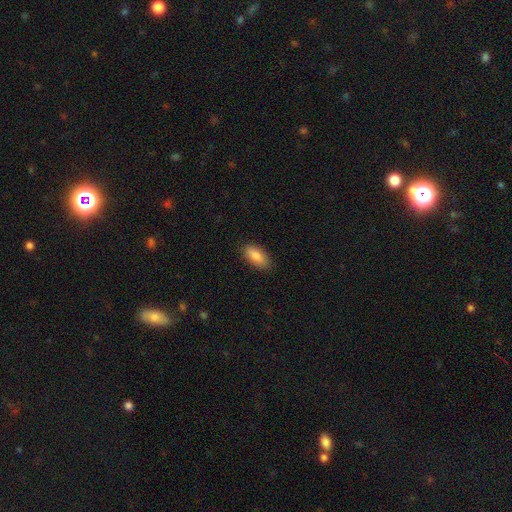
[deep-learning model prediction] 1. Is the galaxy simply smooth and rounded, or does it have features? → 86% smooth, 8% featured or disk, 6% star or artifact.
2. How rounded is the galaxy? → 85% in between, 12% cigar-shaped, 2% round.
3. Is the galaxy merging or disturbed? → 88% none, 9% minor disturbance, 2% major disturbance, 1% merger.